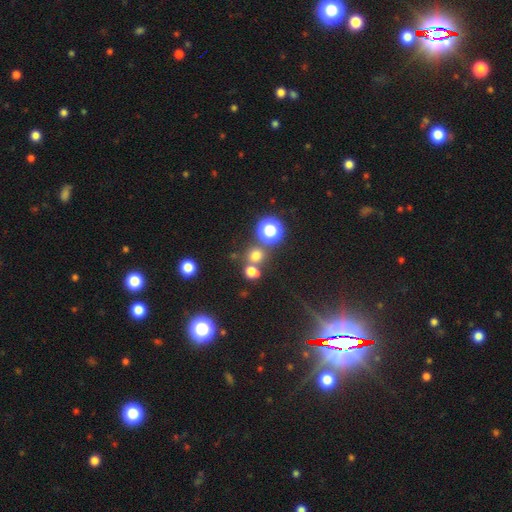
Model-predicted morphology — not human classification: Smooth or featured?
  - smooth: 67% *
  - star or artifact: 26%
  - featured or disk: 8%
How rounded?
  - round: 84% *
  - in between: 15%
  - cigar-shaped: 1%
Merging?
  - none: 64% *
  - merger: 25%
  - minor disturbance: 7%
  - major disturbance: 3%